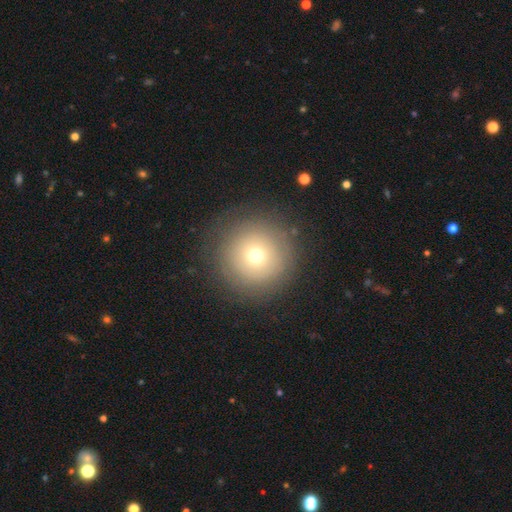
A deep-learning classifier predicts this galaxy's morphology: A smooth galaxy with no disk features (69%) that is round (96%).

Vote fractions:
- Smooth or featured? smooth: 69% / featured or disk: 17% / star or artifact: 14%
- How rounded? round: 96% / in between: 3% / cigar-shaped: 1%
- Merging? none: 85% / minor disturbance: 9% / major disturbance: 5% / merger: 1%